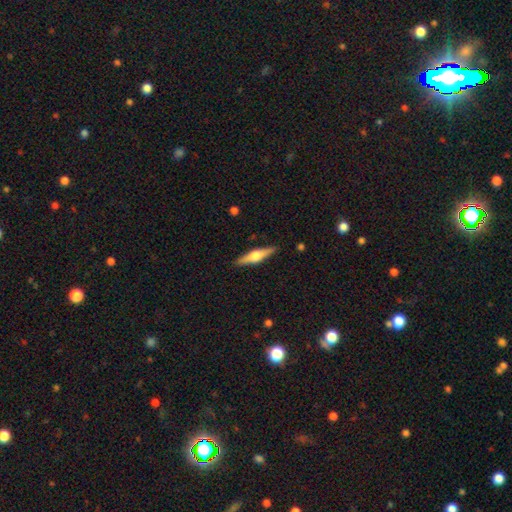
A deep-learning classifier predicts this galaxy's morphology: Smooth or featured? Predicted: featured or disk (p=0.64). Edge-on disk? Predicted: yes (p=0.97). Edge-on bulge? Predicted: rounded (p=0.92). Merging? Predicted: none (p=0.90).